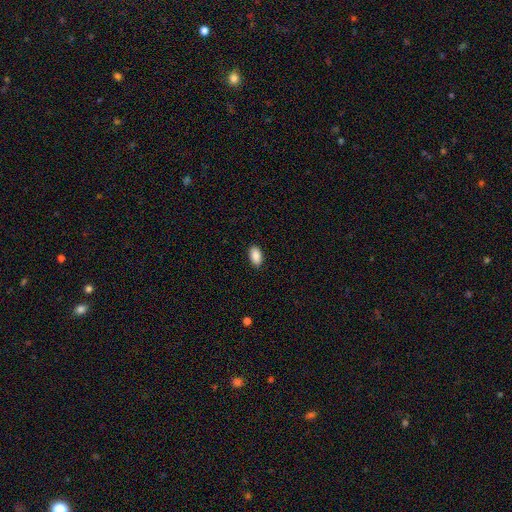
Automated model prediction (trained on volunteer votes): A smooth galaxy with no disk features (90%) that is in between round and cigar-shaped (94%).

Vote fractions:
- Smooth or featured? smooth: 90% / star or artifact: 7% / featured or disk: 3%
- How rounded? in between: 94% / round: 4% / cigar-shaped: 2%
- Merging? none: 89% / minor disturbance: 8% / major disturbance: 2% / merger: 1%